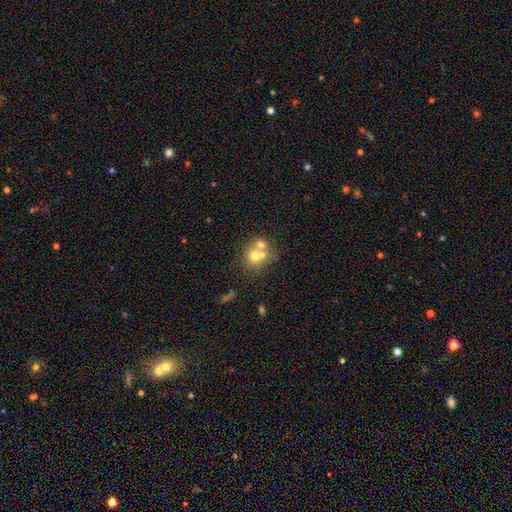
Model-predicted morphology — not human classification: smooth 62%, featured or disk 26%, star or artifact 12%. Down the decision tree: how rounded — round (78%); merging — merger (53%).